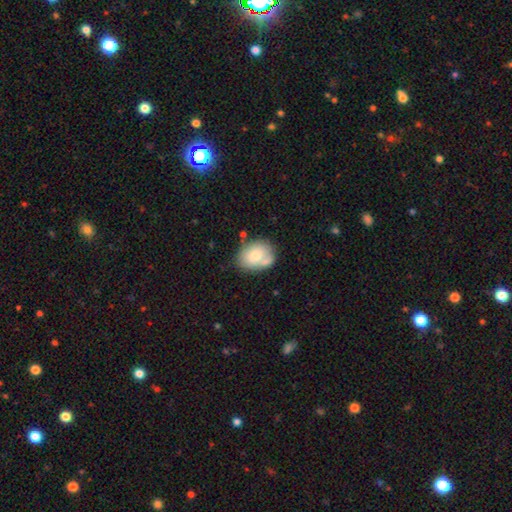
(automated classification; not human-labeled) A smooth galaxy with no disk features (73%) that is in between round and cigar-shaped (59%).

Vote fractions:
- Smooth or featured? smooth: 73% / featured or disk: 20% / star or artifact: 7%
- How rounded? in between: 59% / round: 40% / cigar-shaped: 1%
- Merging? none: 58% / minor disturbance: 20% / merger: 17% / major disturbance: 5%